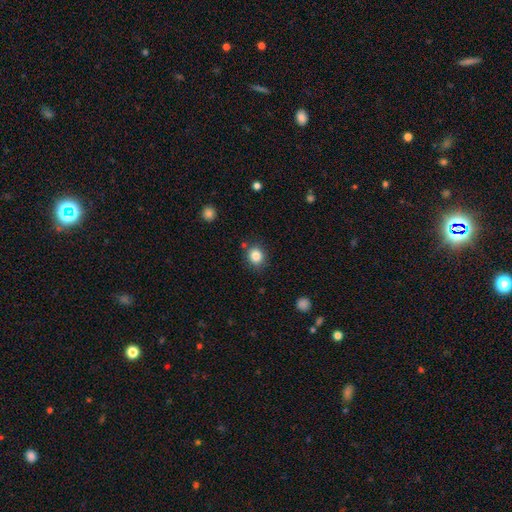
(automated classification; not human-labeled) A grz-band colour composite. It shows a smooth galaxy with no disk features (85%) that is round (72%). Merging: none (82%).